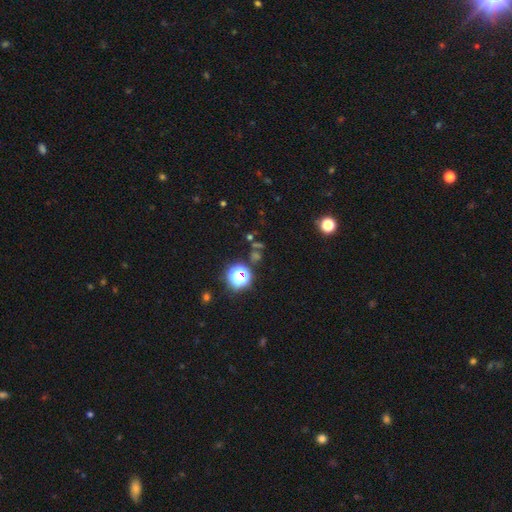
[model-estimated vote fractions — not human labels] Smooth or featured?
  - star or artifact: 65% *
  - smooth: 25%
  - featured or disk: 9%